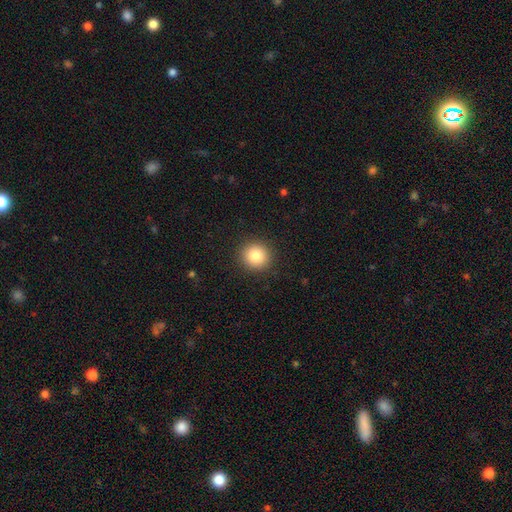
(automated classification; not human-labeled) A smooth galaxy with no disk features (84%) that is round (91%).

Vote fractions:
- Smooth or featured? smooth: 84% / star or artifact: 10% / featured or disk: 6%
- How rounded? round: 91% / in between: 8% / cigar-shaped: 1%
- Merging? none: 92% / minor disturbance: 6% / major disturbance: 2% / merger: 1%